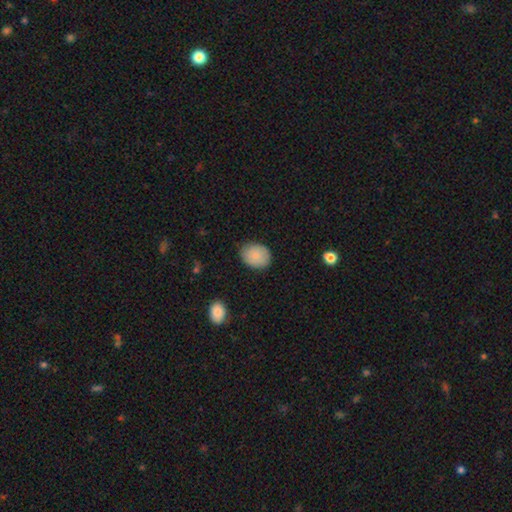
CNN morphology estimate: A smooth galaxy with no disk features (83%) that is in between round and cigar-shaped (53%).

Vote fractions:
- Smooth or featured? smooth: 83% / featured or disk: 10% / star or artifact: 7%
- How rounded? in between: 53% / round: 46% / cigar-shaped: 1%
- Merging? none: 82% / minor disturbance: 14% / major disturbance: 3% / merger: 1%